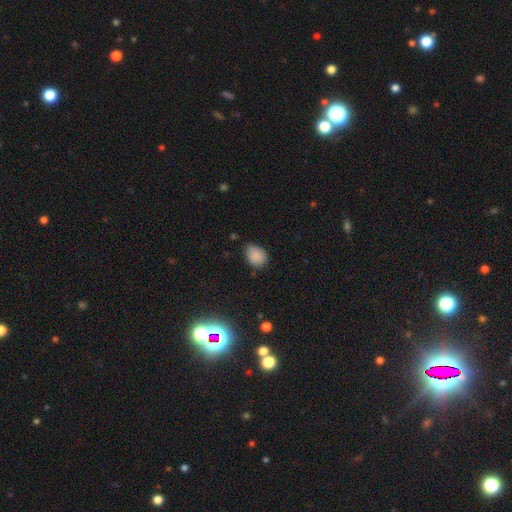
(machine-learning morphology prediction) type=smooth (85%); roundness=in between (67%); merging=none (73%).